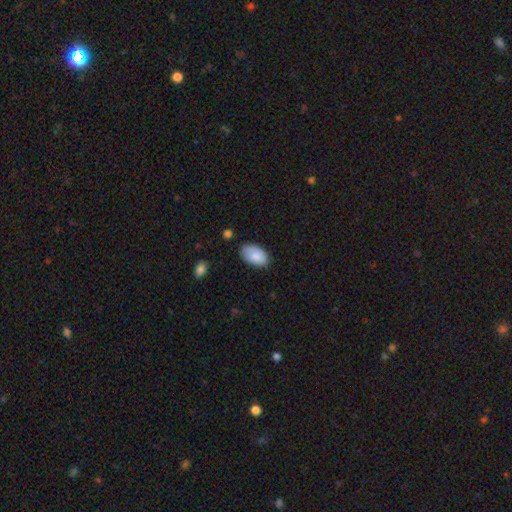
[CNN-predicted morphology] Smooth or featured: smooth — 86% (featured or disk — 7%)
How rounded: in between — 95% (round — 3%)
Merging: none — 78% (minor disturbance — 17%)